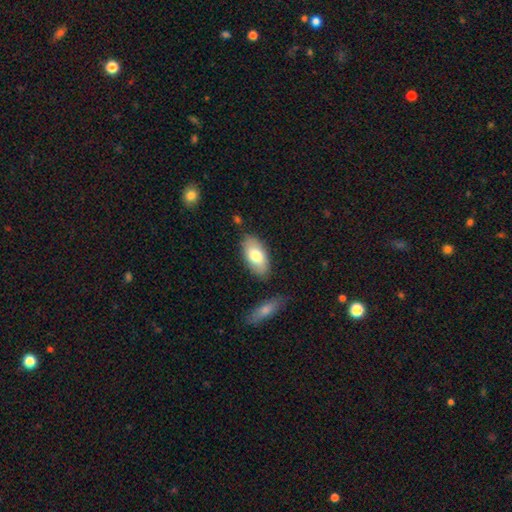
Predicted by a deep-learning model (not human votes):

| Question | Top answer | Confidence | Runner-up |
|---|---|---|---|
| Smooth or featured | smooth | 75% | featured or disk (19%) |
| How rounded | in between | 93% | cigar-shaped (4%) |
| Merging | none | 81% | minor disturbance (13%) |